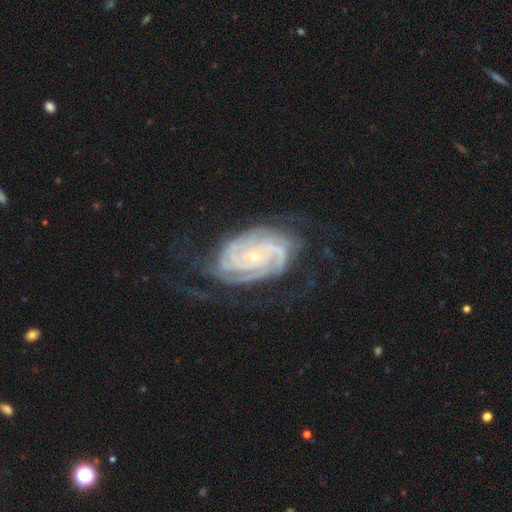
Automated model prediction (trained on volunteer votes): Smooth or featured?
  - featured or disk: 91% *
  - star or artifact: 5%
  - smooth: 4%
Edge-on disk?
  - no: 97% *
  - yes: 3%
Bar?
  - no: 69% *
  - weak: 21%
  - strong: 9%
Spiral arms?
  - yes: 98% *
  - no: 2%
Spiral winding?
  - tight: 71% *
  - medium: 24%
  - loose: 5%
Spiral arm count?
  - 2: 25% *
  - 3: 21%
  - 4: 19%
  - can't tell: 19%
  - more than 4: 10%
  - 1: 7%
Bulge size?
  - small: 80% *
  - moderate: 16%
  - none: 1%
  - large: 1%
  - dominant: 1%
Merging?
  - none: 65% *
  - minor disturbance: 19%
  - major disturbance: 15%
  - merger: 1%